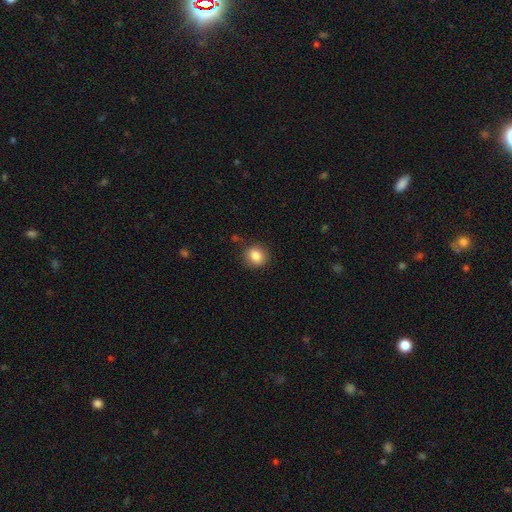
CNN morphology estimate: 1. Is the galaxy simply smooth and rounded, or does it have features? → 85% smooth, 9% star or artifact, 6% featured or disk.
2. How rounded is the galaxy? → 80% round, 19% in between, 1% cigar-shaped.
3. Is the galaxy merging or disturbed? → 86% none, 10% minor disturbance, 3% major disturbance, 2% merger.